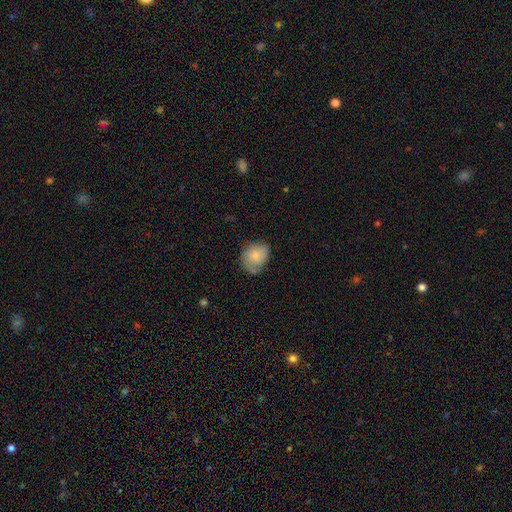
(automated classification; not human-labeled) A smooth galaxy with no disk features (73%) that is round (51%).

Vote fractions:
- Smooth or featured? smooth: 73% / featured or disk: 20% / star or artifact: 7%
- How rounded? round: 51% / in between: 48% / cigar-shaped: 1%
- Merging? none: 52% / minor disturbance: 34% / major disturbance: 10% / merger: 4%